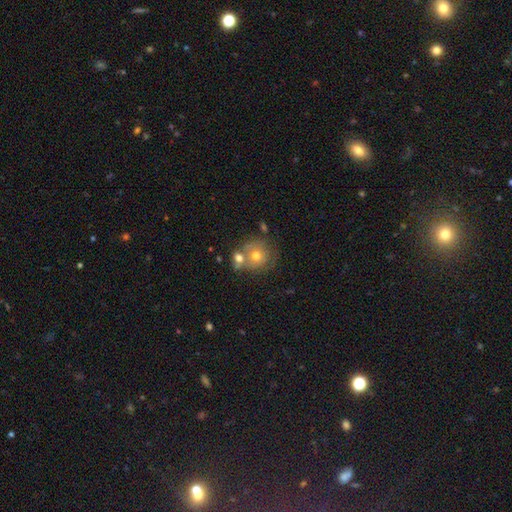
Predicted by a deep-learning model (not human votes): Q: Smooth or featured?
A: smooth (56%); runner-up: featured or disk (30%)
Q: How rounded?
A: round (88%); runner-up: in between (11%)
Q: Merging?
A: none (54%); runner-up: merger (27%)